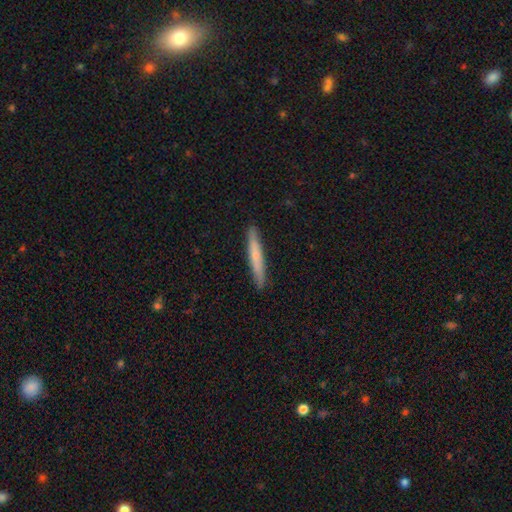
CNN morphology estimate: Smooth or featured?
  - smooth: 61% *
  - featured or disk: 34%
  - star or artifact: 6%
How rounded?
  - cigar-shaped: 95% *
  - in between: 3%
  - round: 1%
Merging?
  - none: 90% *
  - minor disturbance: 8%
  - major disturbance: 1%
  - merger: 1%